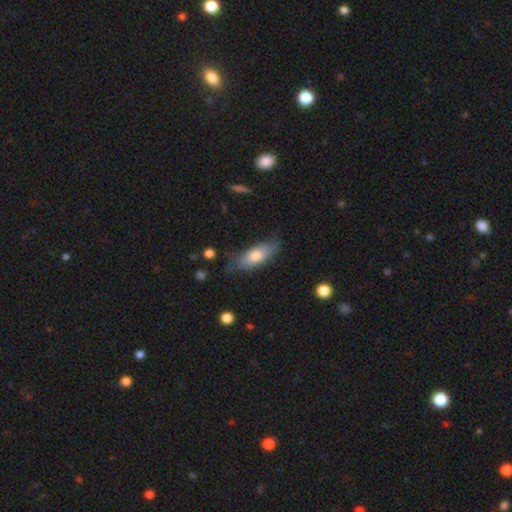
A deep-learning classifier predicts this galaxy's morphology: type=smooth (69%); roundness=in between (70%); merging=none (68%).